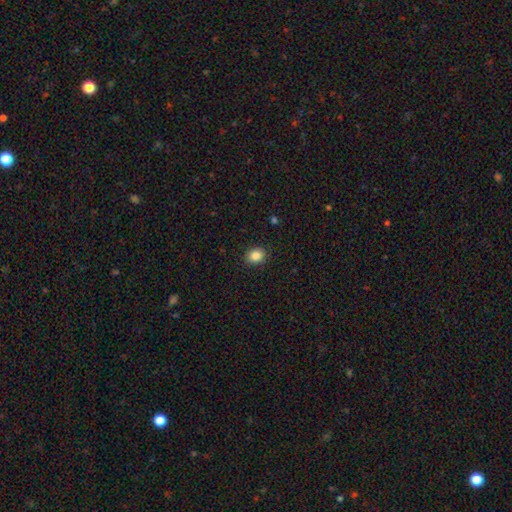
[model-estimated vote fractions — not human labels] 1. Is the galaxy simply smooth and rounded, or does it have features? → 86% smooth, 10% star or artifact, 4% featured or disk.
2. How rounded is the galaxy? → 62% round, 38% in between, 1% cigar-shaped.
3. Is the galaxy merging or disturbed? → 89% none, 8% minor disturbance, 2% major disturbance, 1% merger.